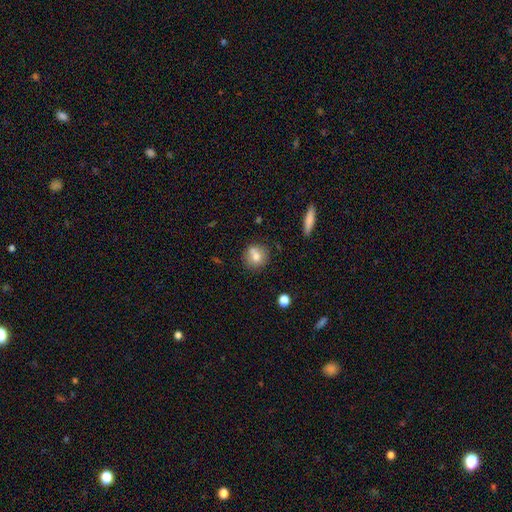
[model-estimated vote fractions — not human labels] Smooth or featured? Predicted: smooth (p=0.73). How rounded? Predicted: round (p=0.86). Merging? Predicted: none (p=0.63).